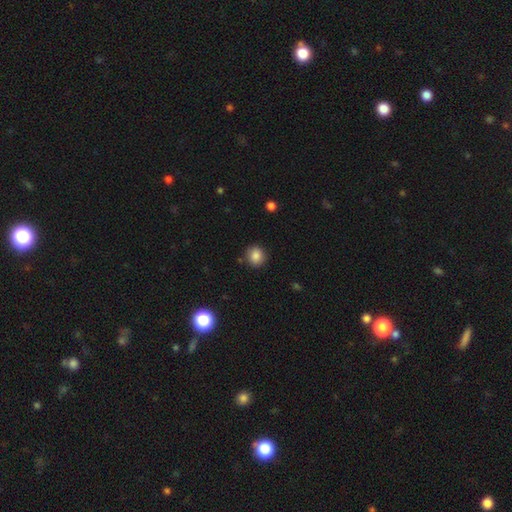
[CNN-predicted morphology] Smooth or featured: smooth — 85% (star or artifact — 10%)
How rounded: round — 87% (in between — 12%)
Merging: none — 87% (minor disturbance — 9%)